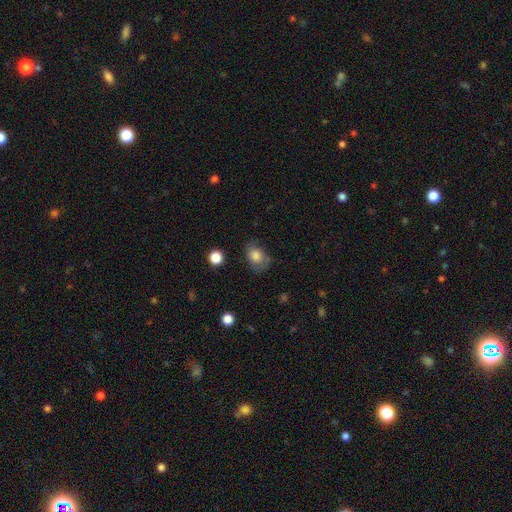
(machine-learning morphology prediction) Smooth or featured: smooth — 76% (featured or disk — 15%)
How rounded: in between — 63% (round — 36%)
Merging: none — 61% (minor disturbance — 25%)